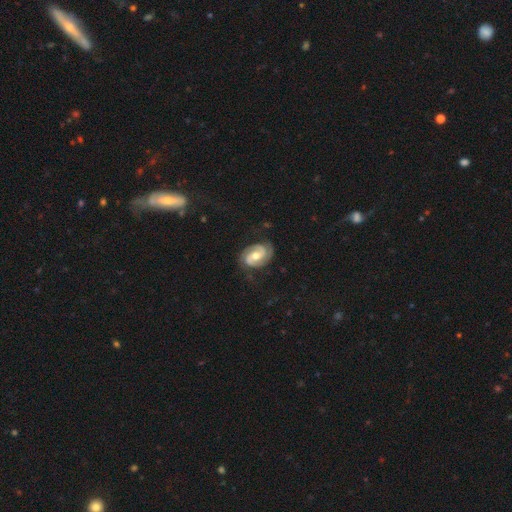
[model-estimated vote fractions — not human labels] smooth-or-featured: featured or disk: 85% | smooth: 10% | star or artifact: 5%
  disk-edge-on: no: 97% | yes: 3%
    bar: weak: 42% | no: 41% | strong: 17%
    has-spiral-arms: yes: 96% | no: 4%
      spiral-winding: tight: 46% | medium: 42% | loose: 12%
      spiral-arm-count: 2: 88% | can't tell: 5% | 3: 3% | 1: 2% | 4: 1% | more than 4: 1%
    bulge-size: moderate: 70% | small: 22% | large: 5% | none: 1% | dominant: 1%
  merging: none: 78% | minor disturbance: 16% | major disturbance: 5% | merger: 1%